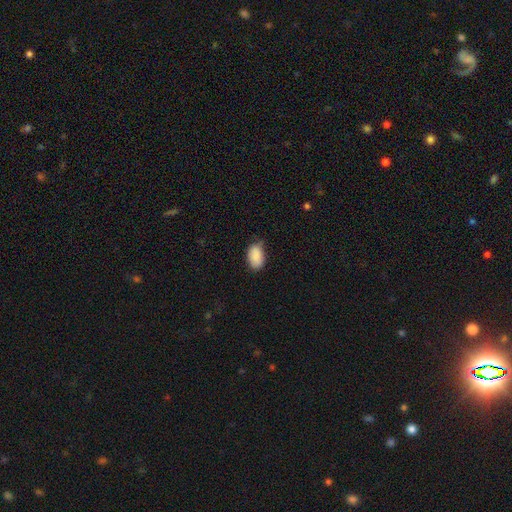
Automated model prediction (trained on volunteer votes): Overall: smooth (89%). How rounded: in between (91%). Merging: none (62%; minor disturbance 31%).